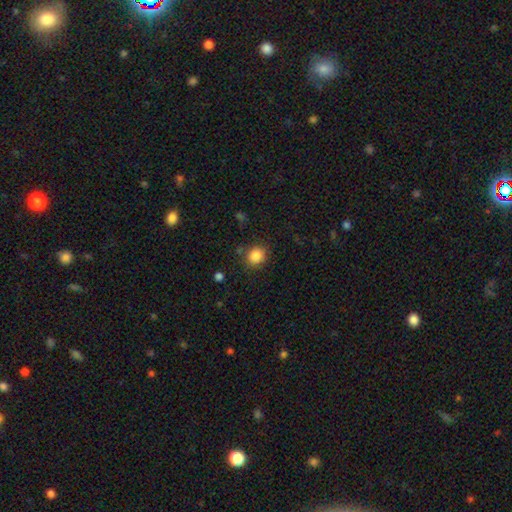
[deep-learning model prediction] Smooth or featured? smooth (86%)
How rounded? round (75%)
Merging? none (82%)